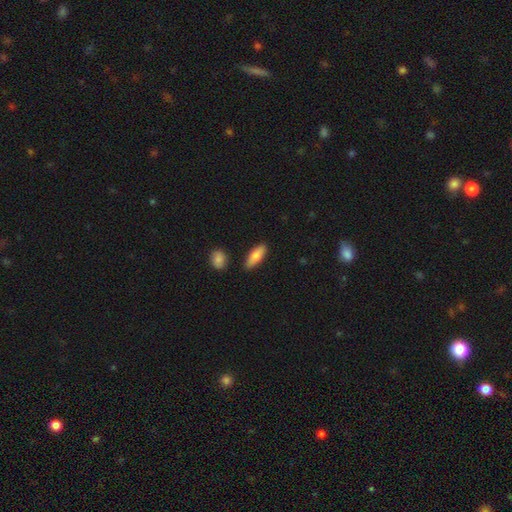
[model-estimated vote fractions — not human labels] The model was most divided on "how rounded": in between: 71%, cigar-shaped: 27%, round: 3%. More confident: merging — none (84%); smooth or featured — smooth (80%).